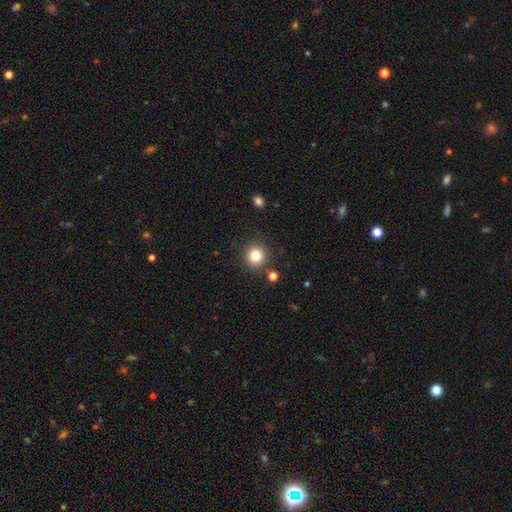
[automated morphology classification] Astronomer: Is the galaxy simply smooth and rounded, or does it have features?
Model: smooth — 85%.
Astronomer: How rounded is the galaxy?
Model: round — 90%.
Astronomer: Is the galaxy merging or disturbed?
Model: none — 85%.